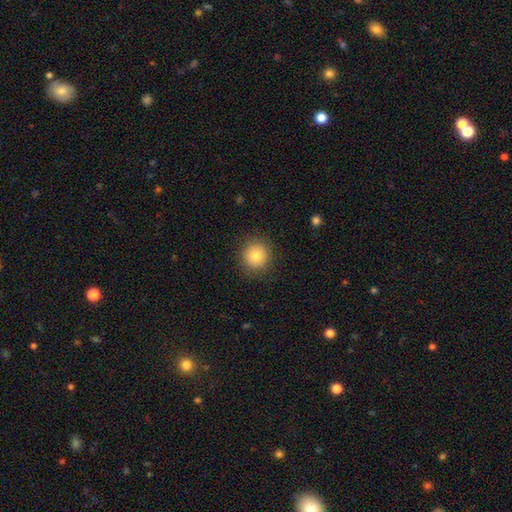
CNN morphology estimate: This appears to be a smooth galaxy with no disk features (80%) that is round (93%). Merging: none (88%).